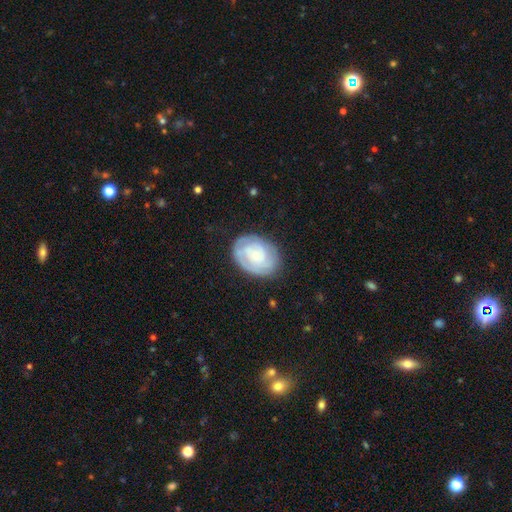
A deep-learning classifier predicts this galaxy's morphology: A featured or disk galaxy (66%) with no bar (75%), tight (67%) spiral arms (85%) and a small central bulge (70%). Merging: none (74%).